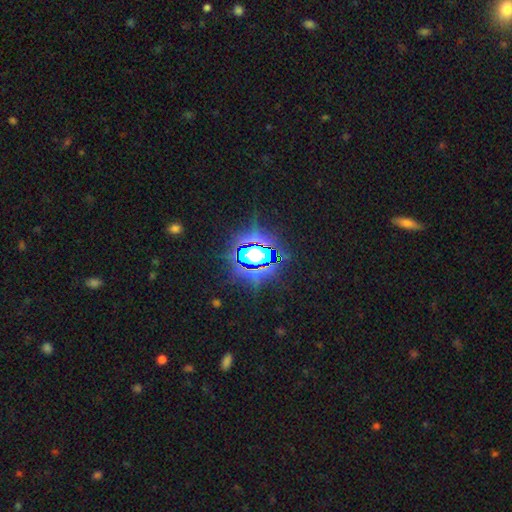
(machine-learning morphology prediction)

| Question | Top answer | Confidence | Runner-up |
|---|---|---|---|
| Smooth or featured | star or artifact | 72% | smooth (16%) |